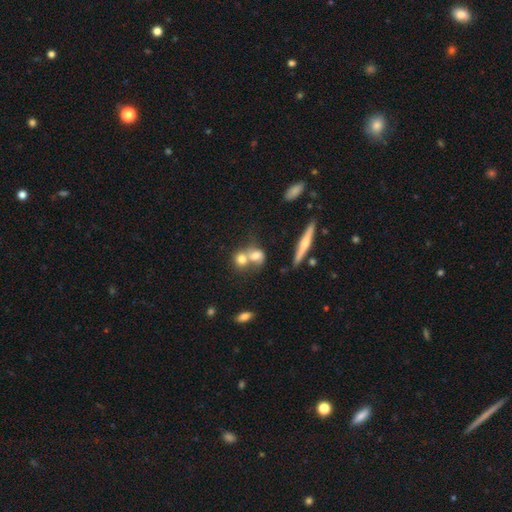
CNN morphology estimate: Overall: smooth (66%). How rounded: round (58%; in between 36%). Merging: merger (56%; none 31%).